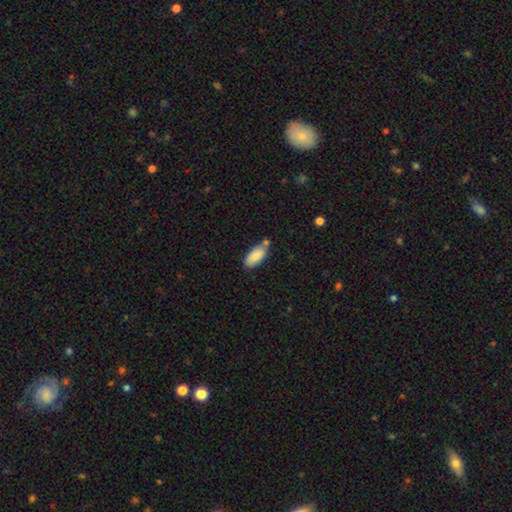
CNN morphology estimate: A smooth galaxy with no disk features (86%) that is in between round and cigar-shaped (89%). Merging: none (63%).